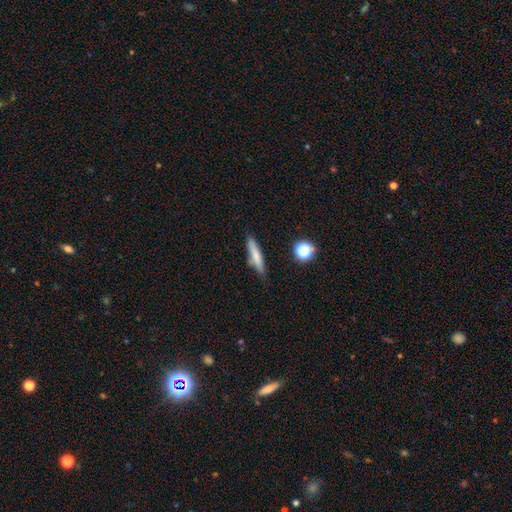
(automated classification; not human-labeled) smooth-or-featured: smooth: 70% | featured or disk: 21% | star or artifact: 8%
  how-rounded: cigar-shaped: 85% | in between: 13% | round: 2%
  merging: none: 77% | minor disturbance: 16% | merger: 3% | major disturbance: 3%